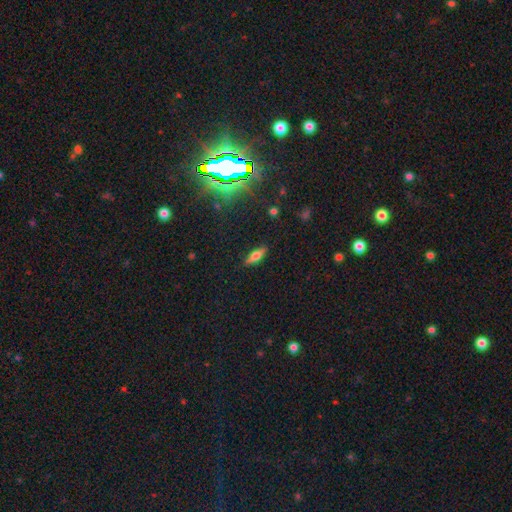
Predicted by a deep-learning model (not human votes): smooth-or-featured: smooth: 52% | featured or disk: 38% | star or artifact: 9%
  how-rounded: cigar-shaped: 49% | in between: 48% | round: 3%
  merging: none: 87% | minor disturbance: 9% | major disturbance: 2% | merger: 1%